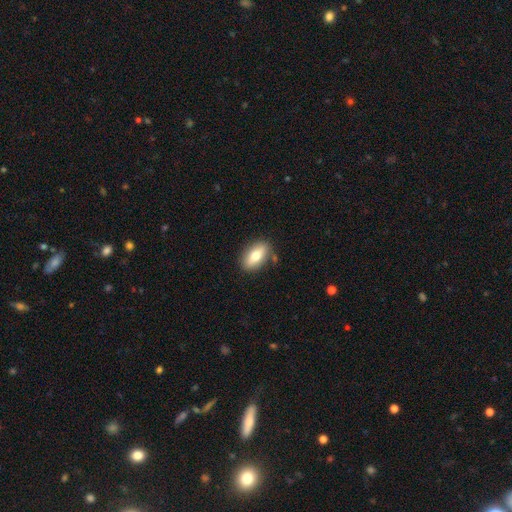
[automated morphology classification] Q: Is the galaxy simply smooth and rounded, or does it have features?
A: smooth — 74%.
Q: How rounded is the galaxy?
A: in between — 88%.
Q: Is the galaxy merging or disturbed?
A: none — 82%.